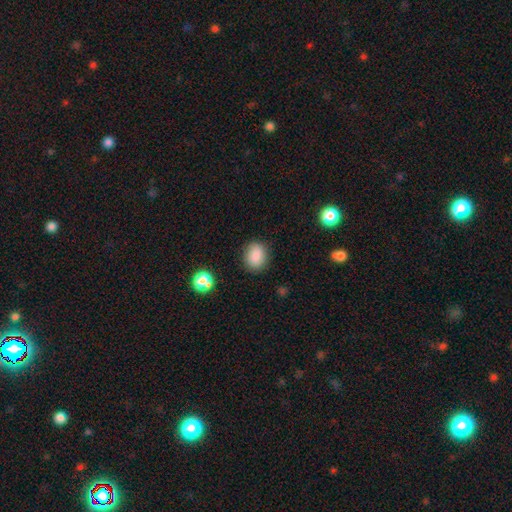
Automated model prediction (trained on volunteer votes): The model was most divided on "how rounded": in between: 53%, round: 46%, cigar-shaped: 1%. More confident: smooth or featured — smooth (87%); merging — none (85%).